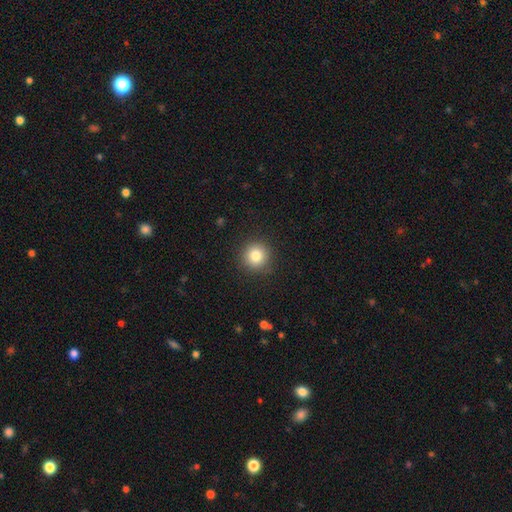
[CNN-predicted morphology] smooth-or-featured: smooth: 83% | star or artifact: 10% | featured or disk: 7%
  how-rounded: round: 94% | in between: 5% | cigar-shaped: 1%
  merging: none: 90% | minor disturbance: 7% | major disturbance: 2% | merger: 1%